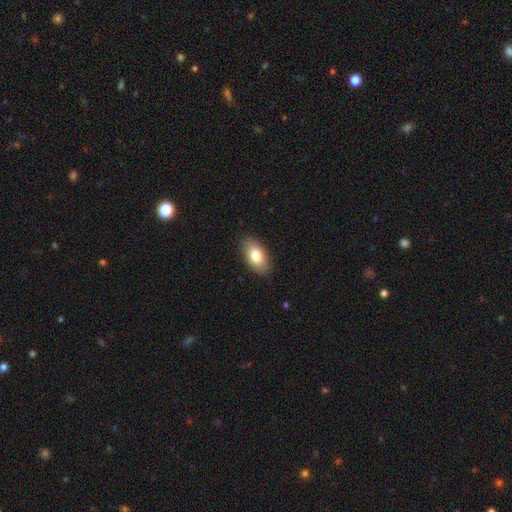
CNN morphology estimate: smooth_or_featured: smooth (p=0.79) [alt: featured or disk p=0.14]
how_rounded: in between (p=0.93) [alt: round p=0.04]
merging: none (p=0.87) [alt: minor disturbance p=0.09]